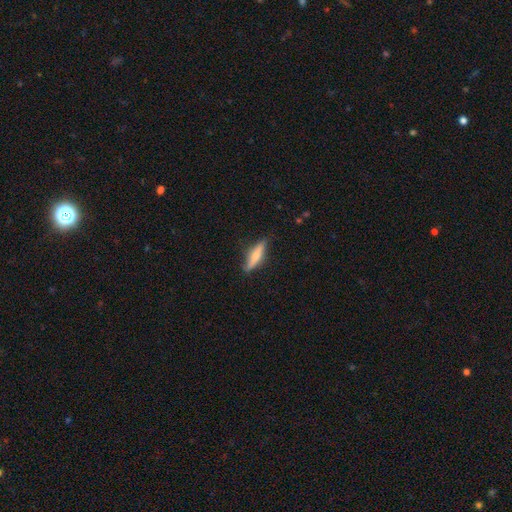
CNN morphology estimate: smooth 59%, featured or disk 34%, star or artifact 6%. Down the decision tree: how rounded — cigar-shaped (78%); merging — none (74%).